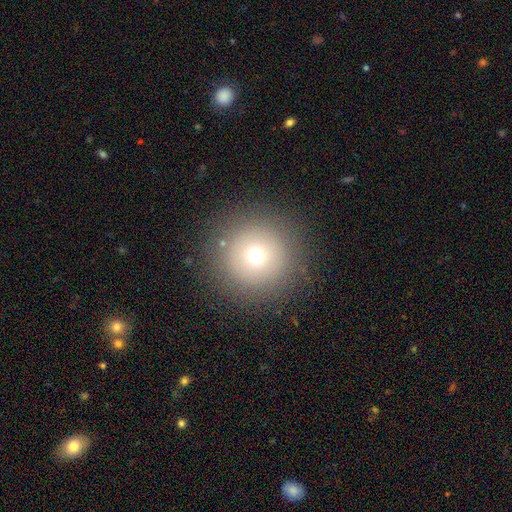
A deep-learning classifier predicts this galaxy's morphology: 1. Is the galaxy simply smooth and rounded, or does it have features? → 68% smooth, 19% star or artifact, 13% featured or disk.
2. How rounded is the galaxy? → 97% round, 2% in between, 1% cigar-shaped.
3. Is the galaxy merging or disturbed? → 88% none, 6% minor disturbance, 4% major disturbance, 2% merger.